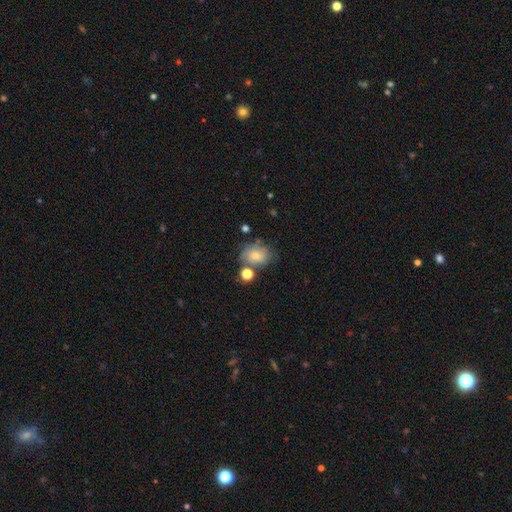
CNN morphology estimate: type=smooth (63%); roundness=round (53%); merging=none (54%).